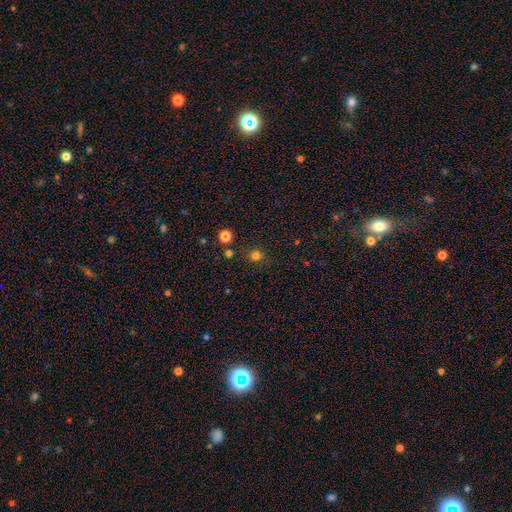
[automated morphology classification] smooth-or-featured: smooth: 76% | star or artifact: 19% | featured or disk: 5%
  how-rounded: round: 86% | in between: 13% | cigar-shaped: 1%
  merging: none: 82% | minor disturbance: 10% | merger: 5% | major disturbance: 4%